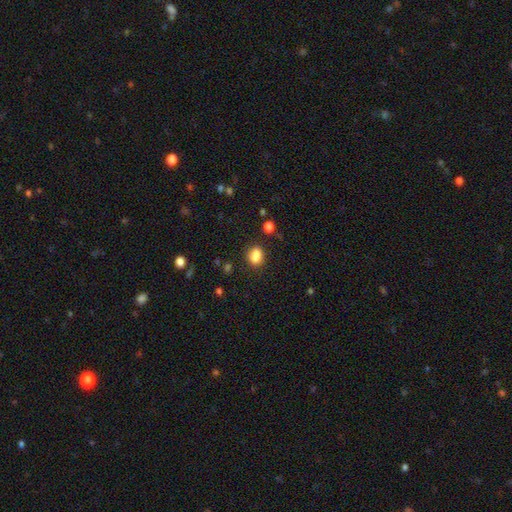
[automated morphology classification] Smooth or featured?
  - smooth: 82% *
  - star or artifact: 11%
  - featured or disk: 7%
How rounded?
  - in between: 63% *
  - round: 35%
  - cigar-shaped: 2%
Merging?
  - none: 64% *
  - minor disturbance: 16%
  - merger: 15%
  - major disturbance: 5%